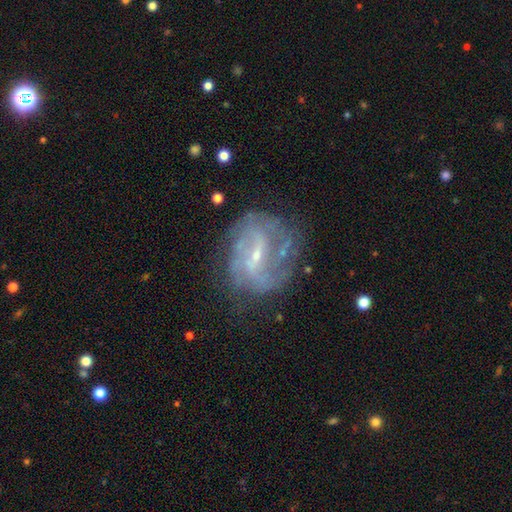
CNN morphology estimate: smooth-or-featured: featured or disk: 83% | smooth: 10% | star or artifact: 7%
  disk-edge-on: no: 97% | yes: 3%
    bar: weak: 49% | strong: 32% | no: 19%
    has-spiral-arms: yes: 87% | no: 13%
      spiral-winding: medium: 43% | tight: 32% | loose: 25%
      spiral-arm-count: 2: 43% | can't tell: 30% | 3: 13% | 4: 5% | 1: 5% | more than 4: 4%
    bulge-size: small: 76% | moderate: 18% | none: 3% | large: 1% | dominant: 1%
  merging: none: 63% | minor disturbance: 21% | major disturbance: 14% | merger: 3%